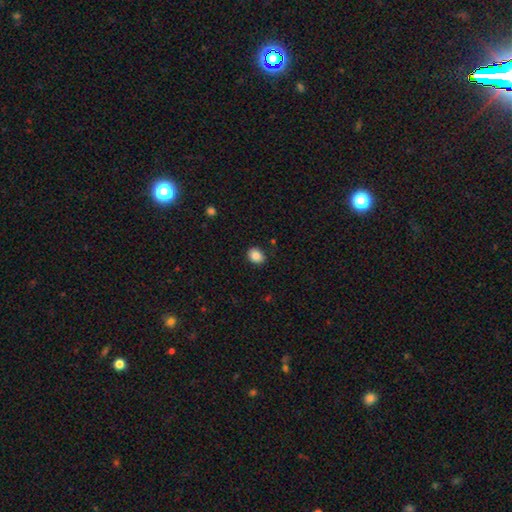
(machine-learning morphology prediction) A smooth galaxy with no disk features (86%) that is in between round and cigar-shaped (52%).

Vote fractions:
- Smooth or featured? smooth: 86% / star or artifact: 9% / featured or disk: 5%
- How rounded? in between: 52% / round: 47% / cigar-shaped: 1%
- Merging? none: 87% / minor disturbance: 10% / major disturbance: 2% / merger: 1%